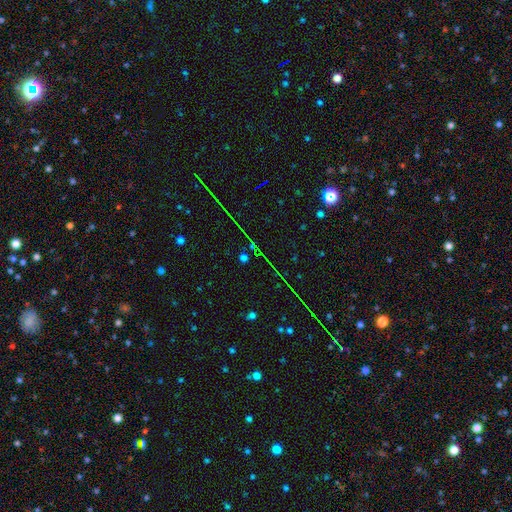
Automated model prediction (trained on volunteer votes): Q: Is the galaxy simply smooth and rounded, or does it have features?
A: star or artifact — 67%.